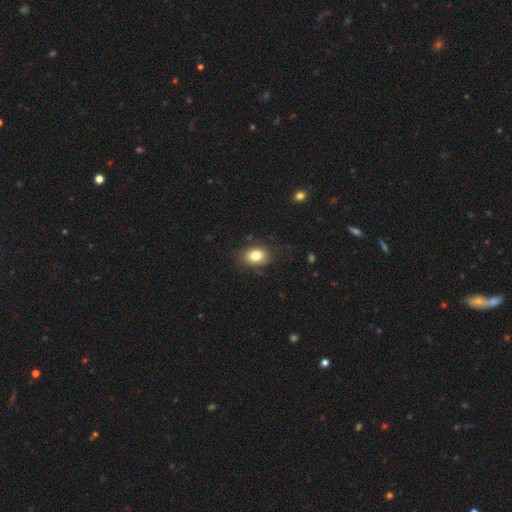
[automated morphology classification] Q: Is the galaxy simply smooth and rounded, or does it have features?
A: smooth — 80%.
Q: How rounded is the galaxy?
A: in between — 73%.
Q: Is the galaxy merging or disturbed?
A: none — 79%.